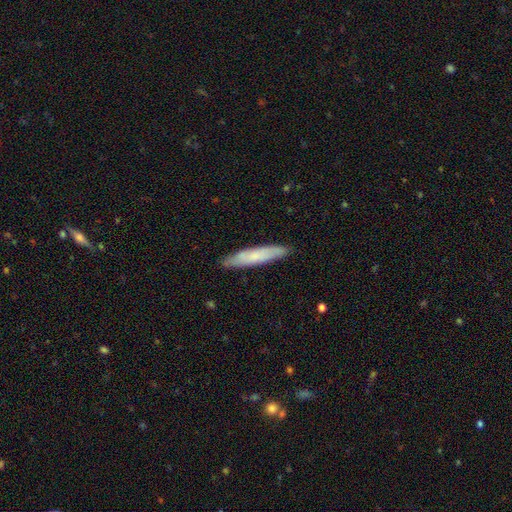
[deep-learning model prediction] Q: Smooth or featured?
A: smooth (65%); runner-up: featured or disk (29%)
Q: How rounded?
A: cigar-shaped (90%); runner-up: in between (9%)
Q: Merging?
A: none (88%); runner-up: minor disturbance (9%)